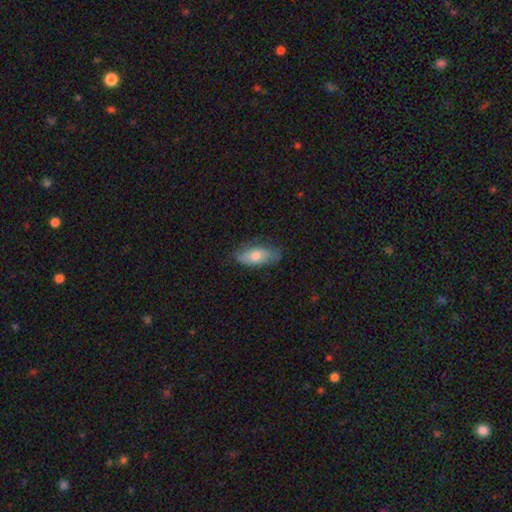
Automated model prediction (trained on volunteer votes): Overall: smooth (68%). How rounded: in between (85%). Merging: none (71%).